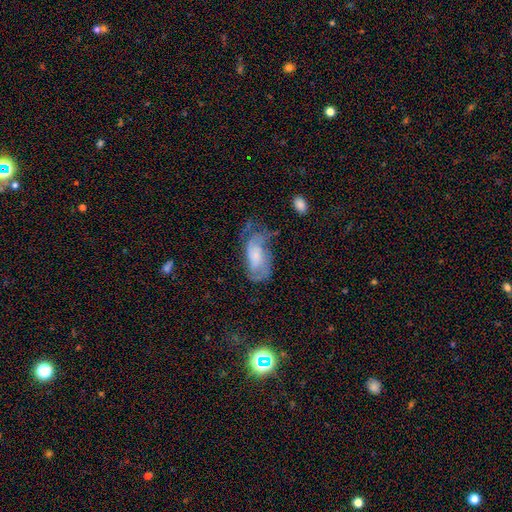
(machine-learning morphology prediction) smooth-or-featured: featured or disk: 63% | smooth: 29% | star or artifact: 9%
  disk-edge-on: no: 95% | yes: 5%
    bar: no: 65% | weak: 28% | strong: 7%
    has-spiral-arms: yes: 81% | no: 19%
    bulge-size: small: 40% | moderate: 26% | none: 20% | large: 12% | dominant: 3%
  merging: none: 38% | major disturbance: 32% | minor disturbance: 27% | merger: 3%